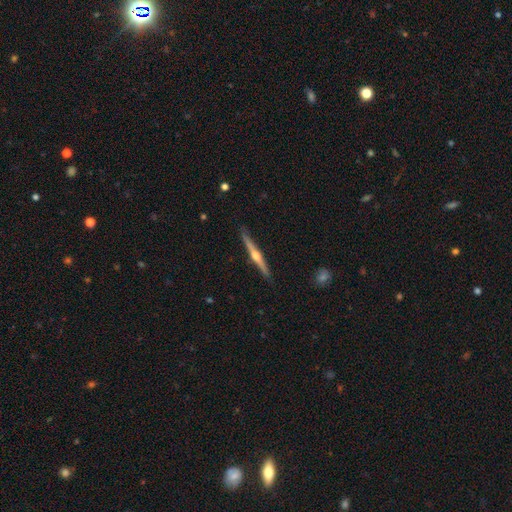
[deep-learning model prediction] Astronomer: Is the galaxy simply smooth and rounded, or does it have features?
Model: featured or disk — 80%.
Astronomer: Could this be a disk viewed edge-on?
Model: yes — 98%.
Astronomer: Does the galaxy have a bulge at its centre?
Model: rounded — 94%.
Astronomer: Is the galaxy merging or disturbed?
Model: none — 89%.